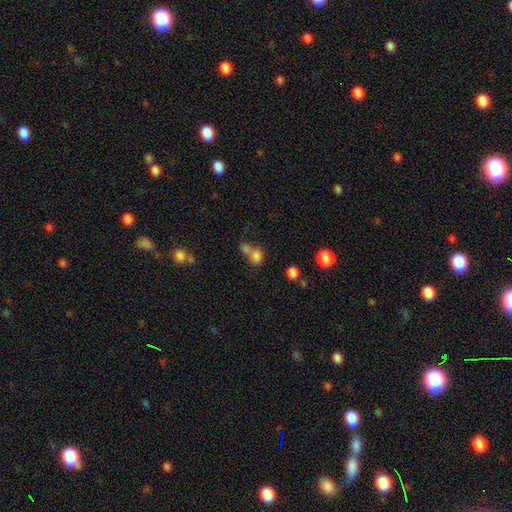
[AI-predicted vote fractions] The model was most divided on "merging": none: 47%, merger: 39%, minor disturbance: 8%, major disturbance: 6%. More confident: how rounded — round (69%); smooth or featured — smooth (55%).